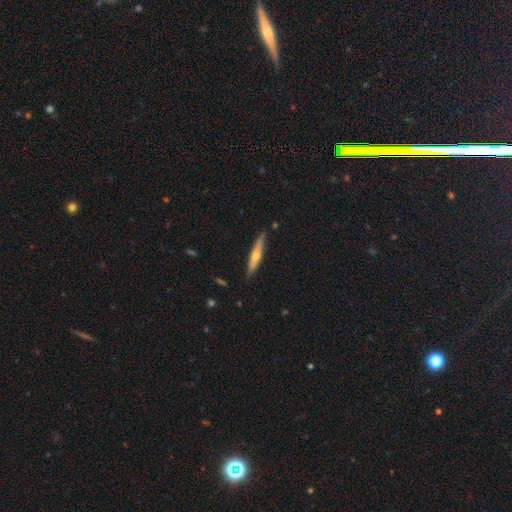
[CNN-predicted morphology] This appears to be a featured or disk galaxy (54%) viewed edge-on (93%) with a rounded central bulge (84%). Merging: none (83%).